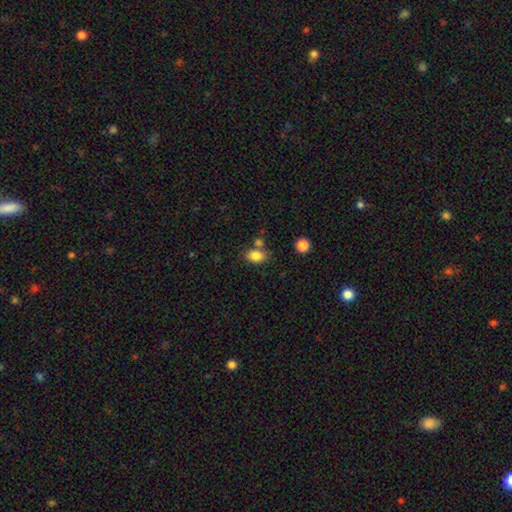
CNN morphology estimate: This is clearly a smooth galaxy (84%). How rounded: clearly in between (81%). Merging: likely none (65%).